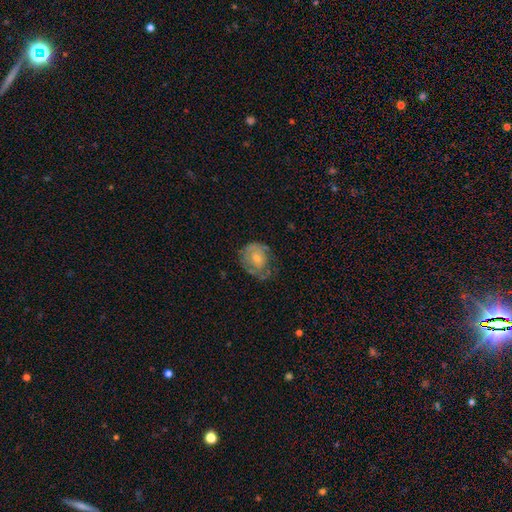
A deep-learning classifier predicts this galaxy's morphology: Overall: featured or disk (46%, tied with smooth). Merging: none (51%; minor disturbance 29%).